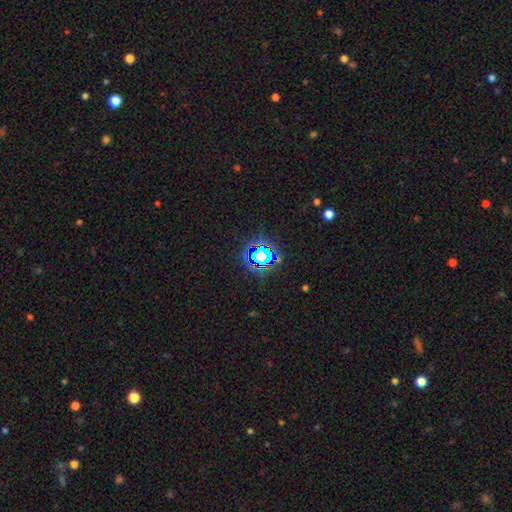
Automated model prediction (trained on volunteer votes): Smooth or featured: star or artifact — 71% (smooth — 18%)